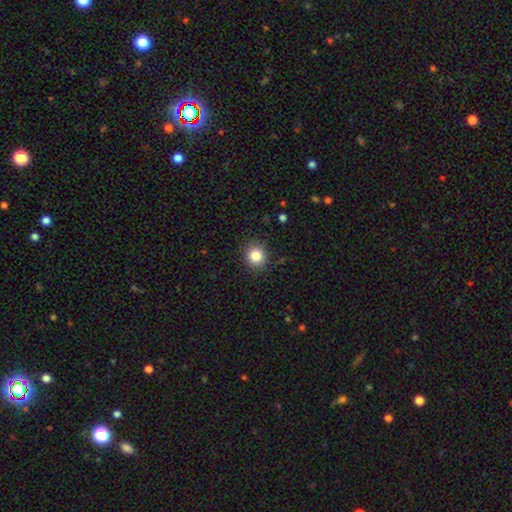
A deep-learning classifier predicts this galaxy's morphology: smooth_or_featured: smooth (p=0.83) [alt: star or artifact p=0.11]
how_rounded: round (p=0.85) [alt: in between p=0.14]
merging: none (p=0.89) [alt: minor disturbance p=0.08]